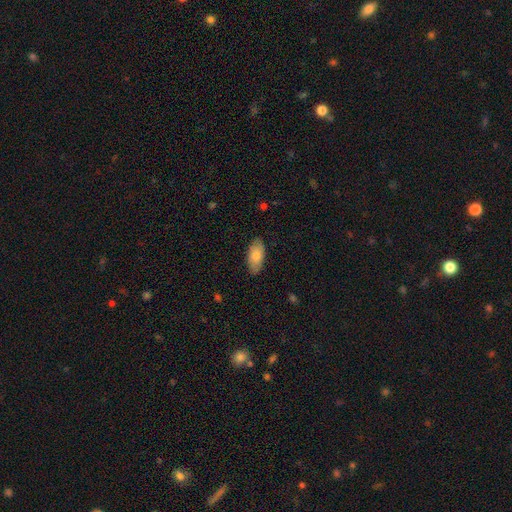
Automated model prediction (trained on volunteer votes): Smooth or featured? Predicted: smooth (p=0.73). How rounded? Predicted: in between (p=0.91). Merging? Predicted: none (p=0.85).